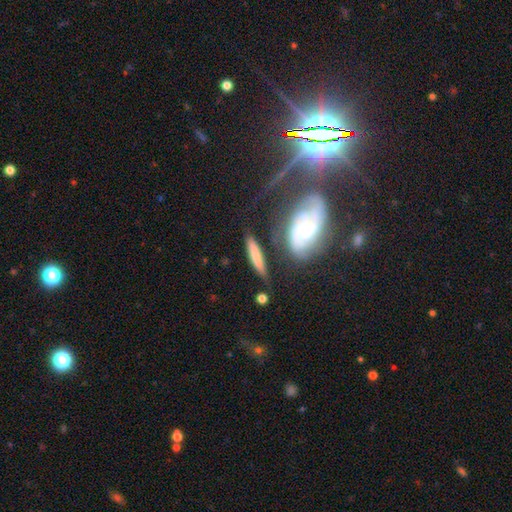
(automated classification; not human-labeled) Q: Smooth or featured?
A: smooth (58%); runner-up: featured or disk (35%)
Q: How rounded?
A: cigar-shaped (87%); runner-up: in between (11%)
Q: Merging?
A: none (68%); runner-up: minor disturbance (18%)